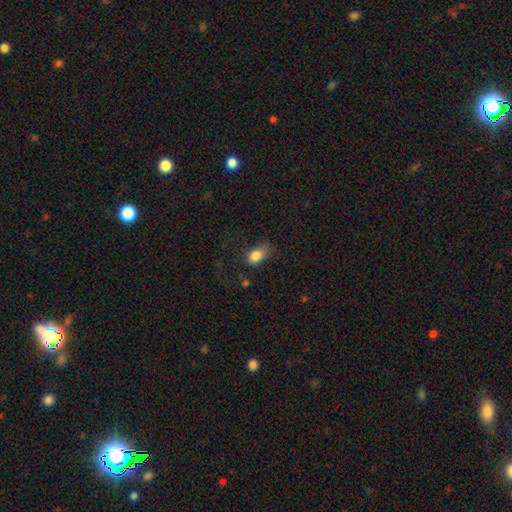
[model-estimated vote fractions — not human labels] Smooth or featured? Predicted: smooth (p=0.84). How rounded? Predicted: in between (p=0.85). Merging? Predicted: none (p=0.54).